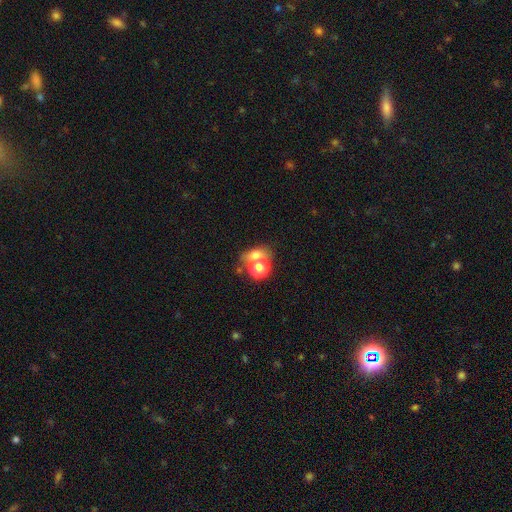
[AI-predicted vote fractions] Smooth or featured? Predicted: smooth (p=0.66). How rounded? Predicted: round (p=0.51). Merging? Predicted: none (p=0.43).